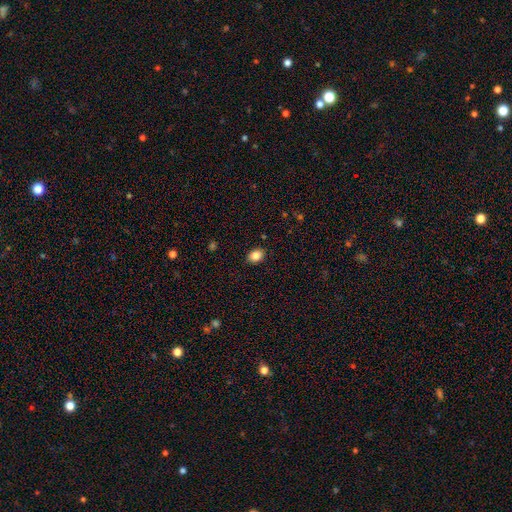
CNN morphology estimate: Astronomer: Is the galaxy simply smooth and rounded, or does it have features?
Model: smooth — 85%.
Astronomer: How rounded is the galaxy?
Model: in between — 70%.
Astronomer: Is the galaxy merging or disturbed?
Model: none — 88%.